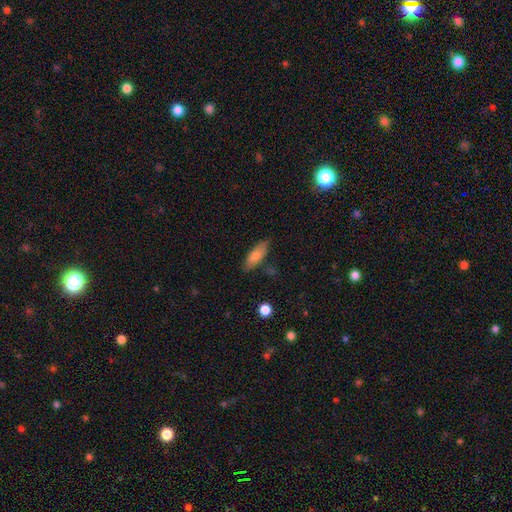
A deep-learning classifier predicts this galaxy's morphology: Smooth or featured? smooth (80%)
How rounded? in between (65%)
Merging? none (78%)